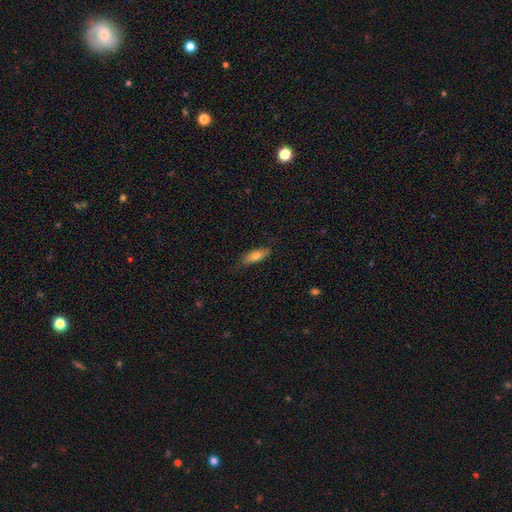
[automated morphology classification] Smooth or featured: smooth — 72% (featured or disk — 22%)
How rounded: in between — 57% (cigar-shaped — 41%)
Merging: none — 79% (minor disturbance — 16%)